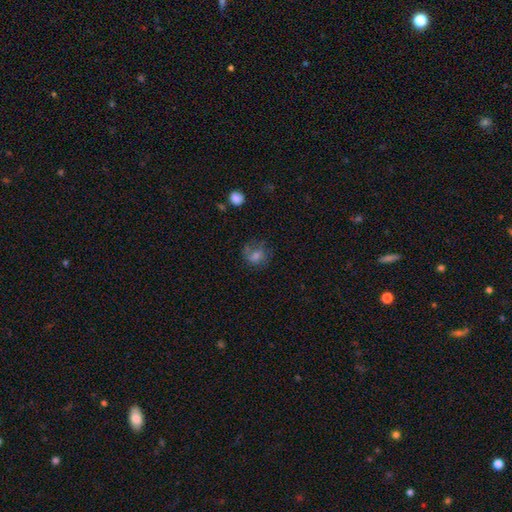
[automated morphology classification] Smooth or featured? Predicted: smooth (p=0.54). How rounded? Predicted: round (p=0.61). Merging? Predicted: none (p=0.55).